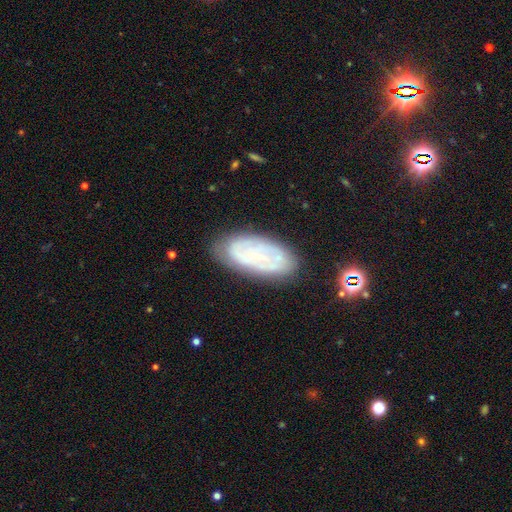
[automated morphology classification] featured or disk 68%, smooth 25%, star or artifact 8%. Down the decision tree: edge-on disk — no (93%); bar — no (70%); spiral arms — yes (74%); bulge size — small (80%); merging — none (76%).